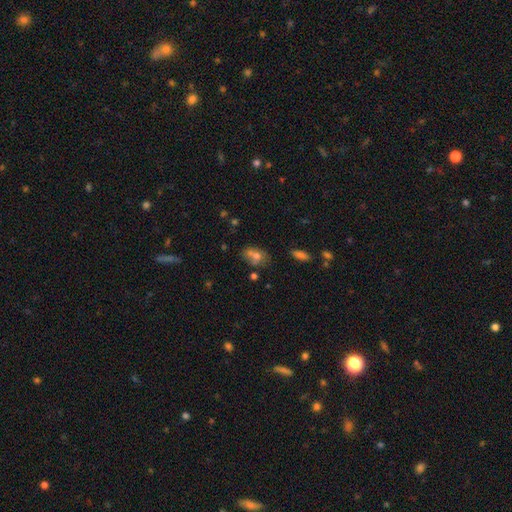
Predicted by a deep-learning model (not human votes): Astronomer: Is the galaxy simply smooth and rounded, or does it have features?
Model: smooth — 62%.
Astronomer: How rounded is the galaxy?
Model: in between — 69%.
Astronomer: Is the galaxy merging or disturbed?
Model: none — 42% (runner-up: merger, 32%).